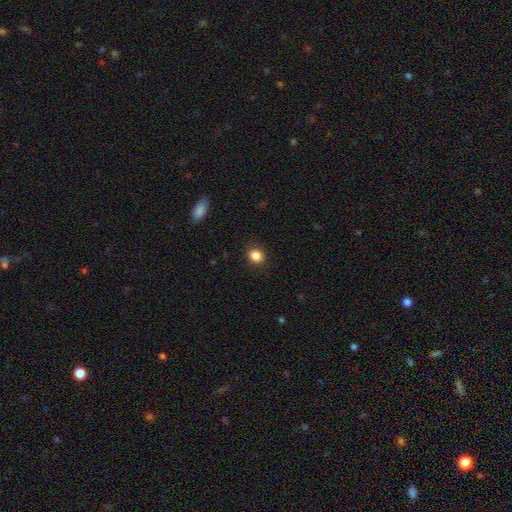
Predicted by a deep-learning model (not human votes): smooth 86%, star or artifact 10%, featured or disk 4%. Down the decision tree: how rounded — round (67%); merging — none (90%).